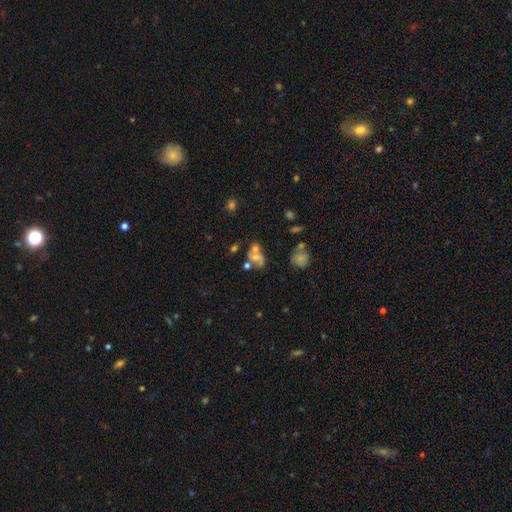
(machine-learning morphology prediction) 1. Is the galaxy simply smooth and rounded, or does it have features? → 47% featured or disk, 37% smooth, 16% star or artifact.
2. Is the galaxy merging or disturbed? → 41% merger, 28% none, 16% major disturbance, 14% minor disturbance.